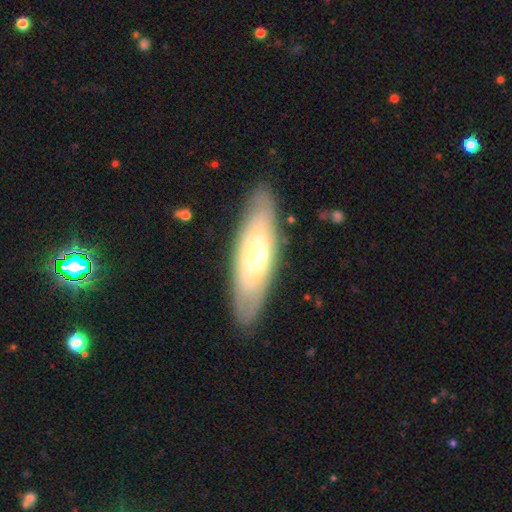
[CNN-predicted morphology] A featured or disk galaxy (52%).

Vote fractions:
- Smooth or featured? featured or disk: 52% / smooth: 42% / star or artifact: 6%
- Edge-on disk? no: 70% / yes: 30%
- Merging? none: 83% / minor disturbance: 12% / major disturbance: 3% / merger: 2%